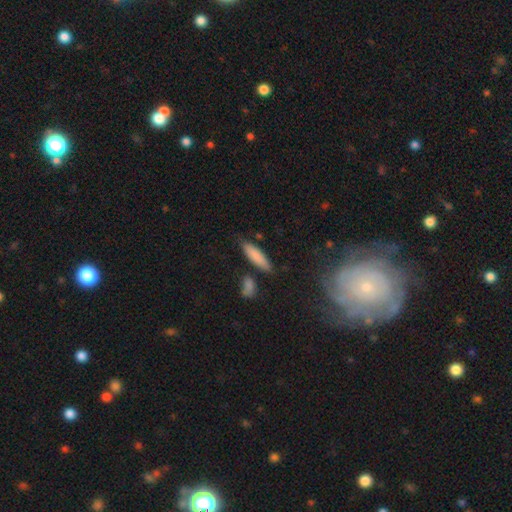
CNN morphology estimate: Q: Smooth or featured?
A: smooth (83%); runner-up: featured or disk (10%)
Q: How rounded?
A: cigar-shaped (63%); runner-up: in between (35%)
Q: Merging?
A: none (78%); runner-up: minor disturbance (14%)